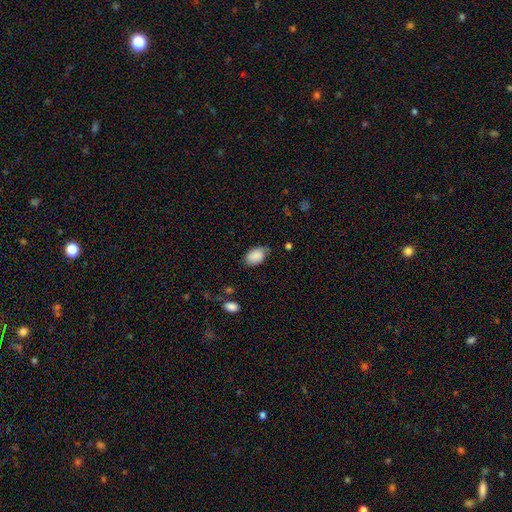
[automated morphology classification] smooth 87%, star or artifact 7%, featured or disk 5%. Down the decision tree: how rounded — in between (88%); merging — none (57%).